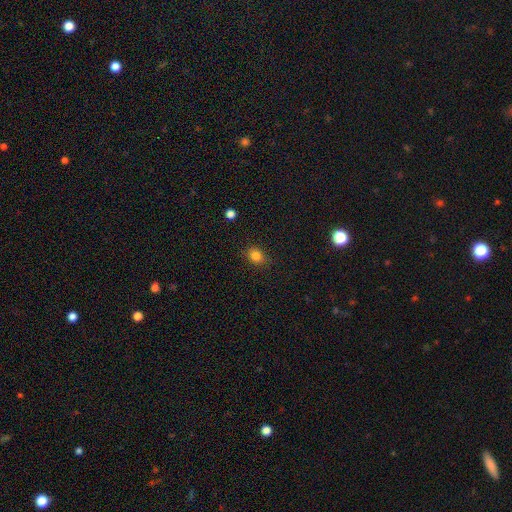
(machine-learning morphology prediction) Smooth or featured: smooth — 83% (star or artifact — 12%)
How rounded: round — 55% (in between — 44%)
Merging: none — 82% (minor disturbance — 13%)